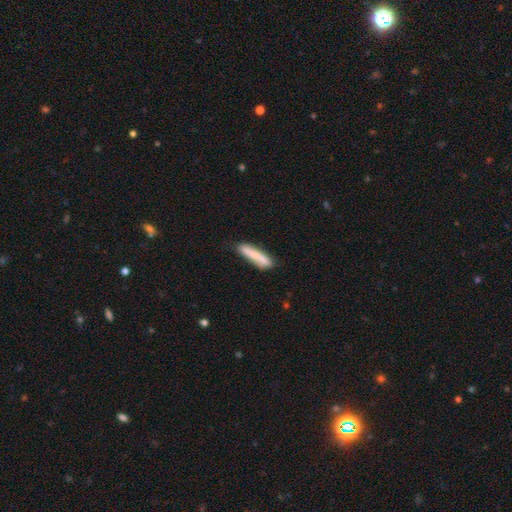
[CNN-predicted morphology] type=smooth (69%); roundness=cigar-shaped (84%); merging=none (71%).